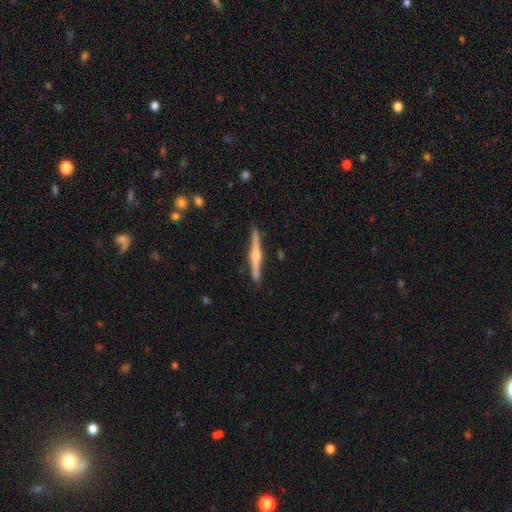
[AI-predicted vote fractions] Morphology: type=featured or disk (72%); edge-on=yes (98%); edge-on bulge=rounded (80%); merging=none (90%).